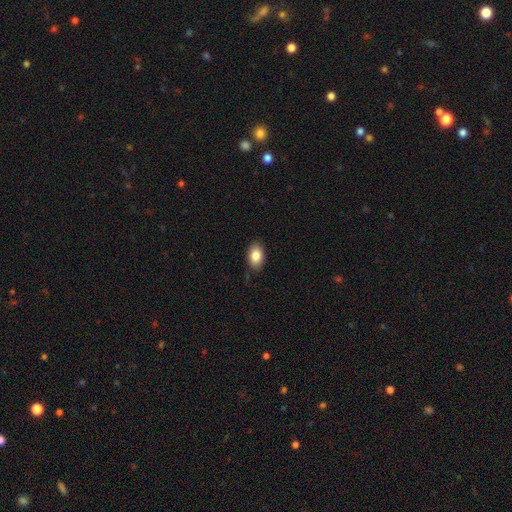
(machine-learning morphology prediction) type=smooth (85%); roundness=in between (89%); merging=none (82%).